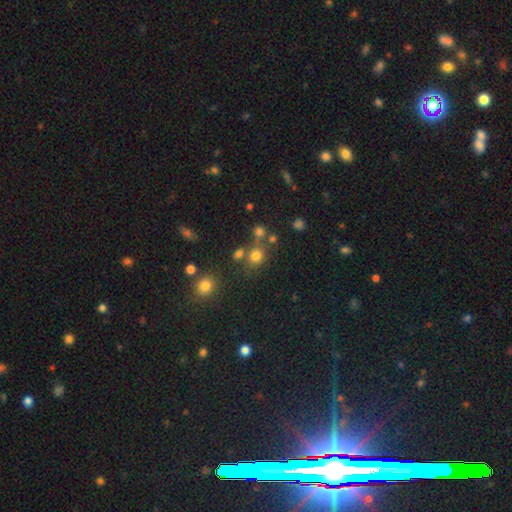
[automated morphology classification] Overall: smooth (73%). How rounded: round (83%). Merging: none (64%).